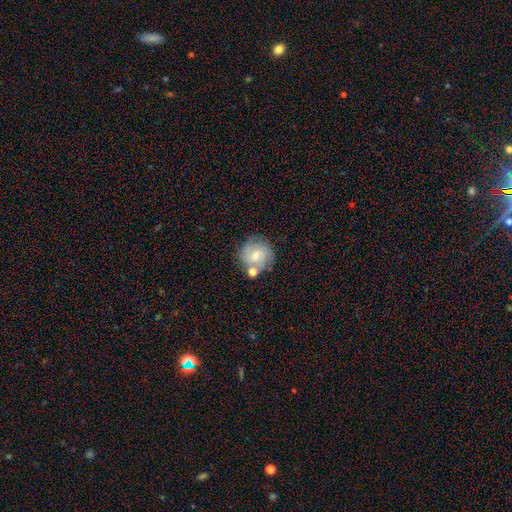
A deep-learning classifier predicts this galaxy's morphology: A featured or disk galaxy (47%). Merging: none (63%).